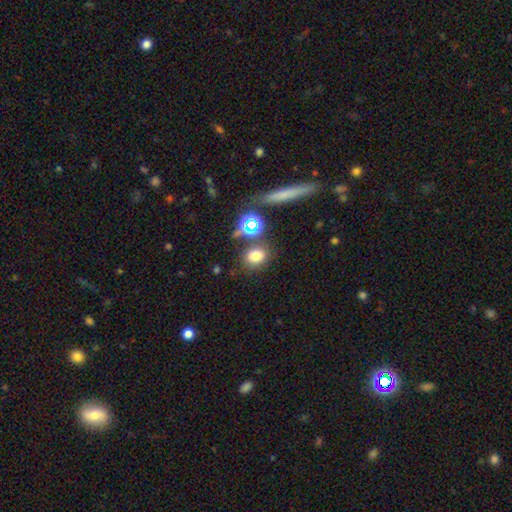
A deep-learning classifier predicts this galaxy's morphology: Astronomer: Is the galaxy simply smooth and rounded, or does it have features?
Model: smooth — 72%.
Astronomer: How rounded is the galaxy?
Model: round — 52% (runner-up: in between, 46%).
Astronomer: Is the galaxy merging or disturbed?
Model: none — 74%.